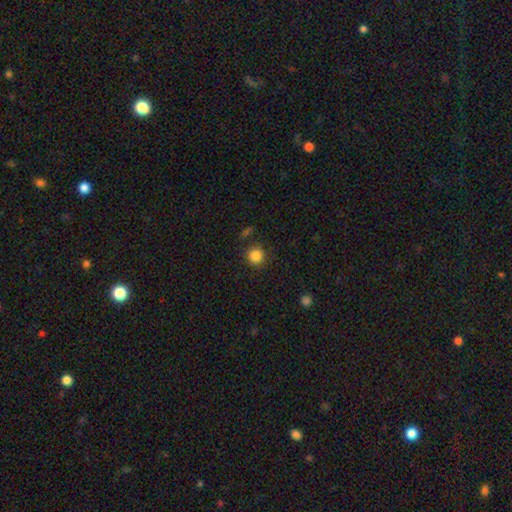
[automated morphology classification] Smooth or featured: smooth — 85% (star or artifact — 11%)
How rounded: round — 93% (in between — 6%)
Merging: none — 86% (minor disturbance — 8%)